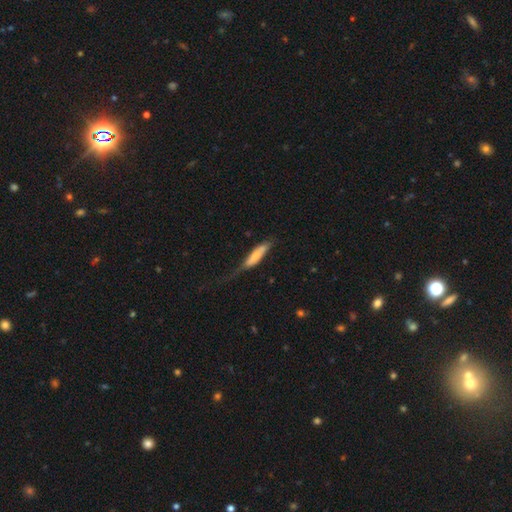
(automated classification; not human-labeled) smooth_or_featured: smooth (p=0.63) [alt: featured or disk p=0.32]
how_rounded: cigar-shaped (p=0.71) [alt: in between p=0.27]
merging: none (p=0.38) [alt: minor disturbance p=0.33]